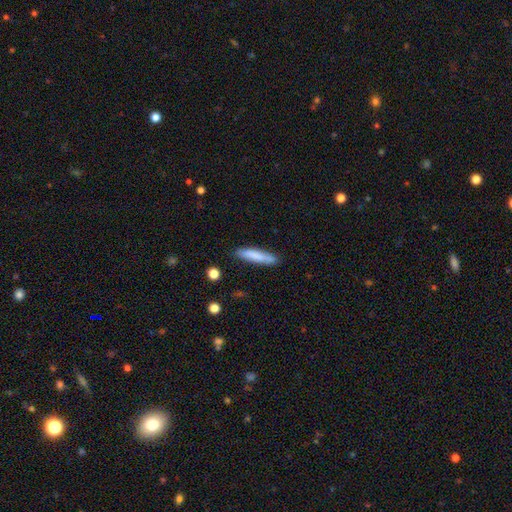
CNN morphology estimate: Smooth or featured: smooth — 79% (featured or disk — 15%)
How rounded: cigar-shaped — 86% (in between — 12%)
Merging: none — 82% (minor disturbance — 13%)